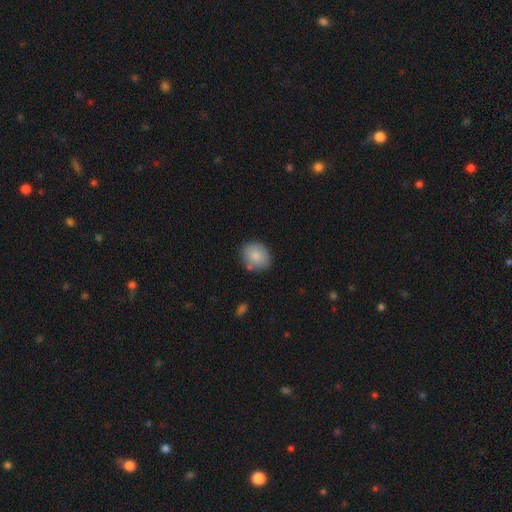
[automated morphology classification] A smooth galaxy with no disk features (86%) that is round (56%).

Vote fractions:
- Smooth or featured? smooth: 86% / star or artifact: 7% / featured or disk: 7%
- How rounded? round: 56% / in between: 43% / cigar-shaped: 1%
- Merging? none: 79% / minor disturbance: 13% / merger: 5% / major disturbance: 3%